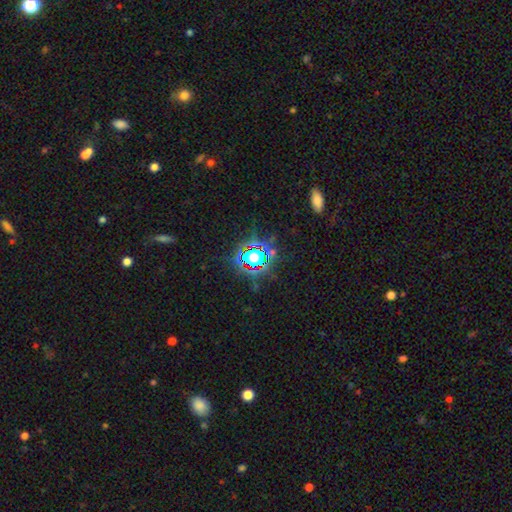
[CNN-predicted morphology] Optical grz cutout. It shows a star or artifact, not a galaxy (72%).